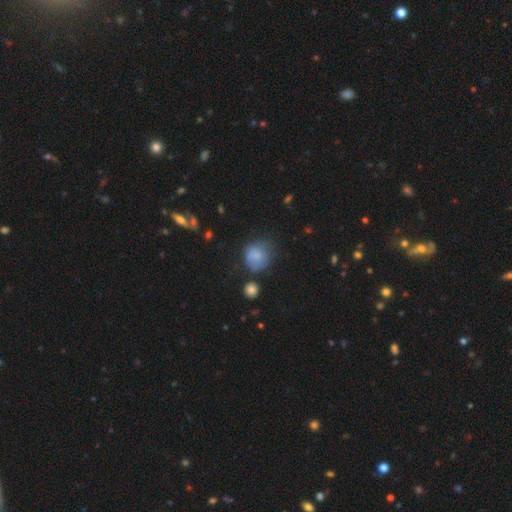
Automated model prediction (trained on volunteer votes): A smooth galaxy with no disk features (77%) that is round (73%).

Vote fractions:
- Smooth or featured? smooth: 77% / featured or disk: 12% / star or artifact: 11%
- How rounded? round: 73% / in between: 26% / cigar-shaped: 1%
- Merging? none: 48% / minor disturbance: 31% / major disturbance: 16% / merger: 5%